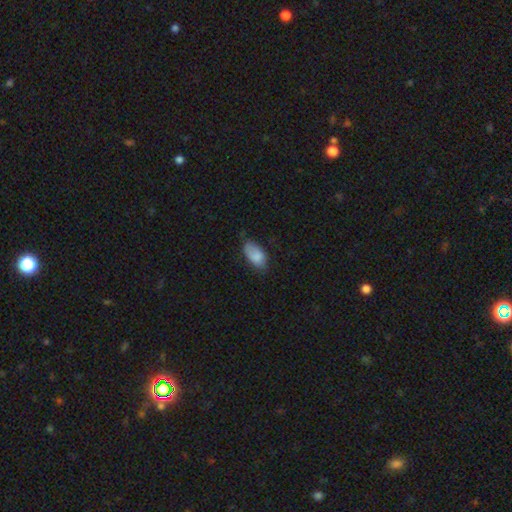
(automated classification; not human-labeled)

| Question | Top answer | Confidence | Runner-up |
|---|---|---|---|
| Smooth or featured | smooth | 84% | featured or disk (9%) |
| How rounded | in between | 94% | round (3%) |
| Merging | none | 57% | minor disturbance (33%) |